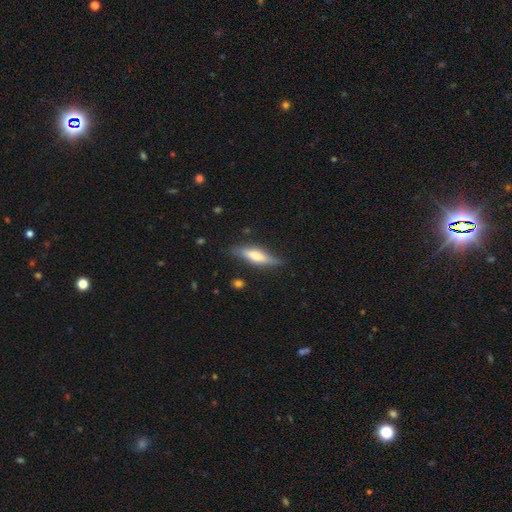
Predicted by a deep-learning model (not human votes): smooth_or_featured: smooth (p=0.51) [alt: featured or disk p=0.43]
how_rounded: cigar-shaped (p=0.71) [alt: in between p=0.27]
merging: none (p=0.80) [alt: minor disturbance p=0.15]